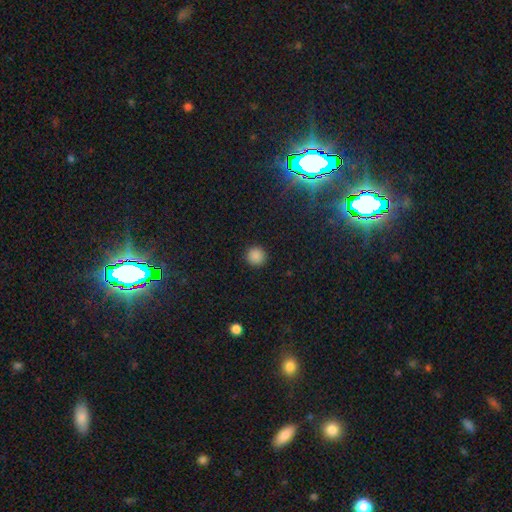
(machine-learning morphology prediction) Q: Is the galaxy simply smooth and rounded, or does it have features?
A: smooth — 86%.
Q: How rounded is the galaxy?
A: round — 95%.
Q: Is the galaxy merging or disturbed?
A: none — 92%.